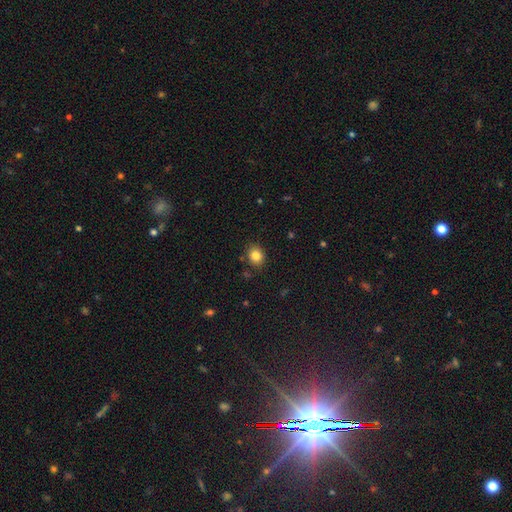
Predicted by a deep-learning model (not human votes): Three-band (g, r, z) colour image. It shows a smooth galaxy with no disk features (83%) that is round (64%). Merging: none (86%).